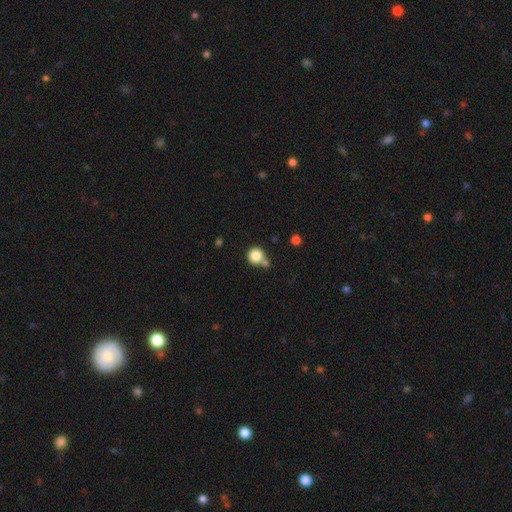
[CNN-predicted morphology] smooth-or-featured: smooth: 84% | star or artifact: 10% | featured or disk: 6%
  how-rounded: round: 92% | in between: 7% | cigar-shaped: 1%
  merging: none: 58% | merger: 26% | minor disturbance: 12% | major disturbance: 4%